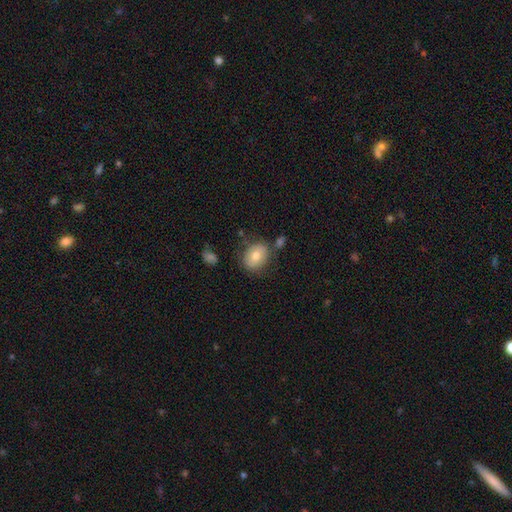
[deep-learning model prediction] This appears to be a smooth galaxy with no disk features (72%) that is in between round and cigar-shaped (56%). Merging: none (71%).